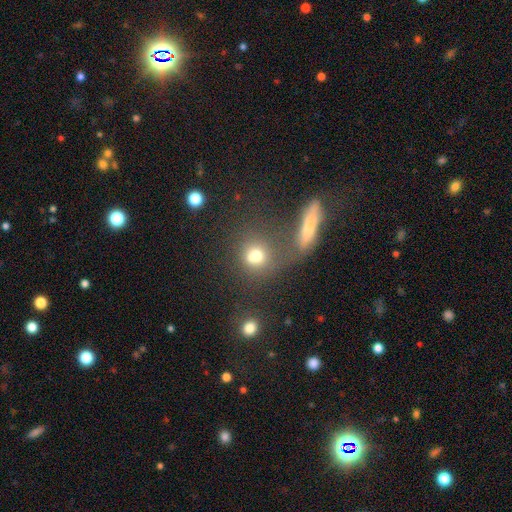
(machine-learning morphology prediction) smooth 70%, star or artifact 16%, featured or disk 14%. Down the decision tree: how rounded — round (73%); merging — none (43%).